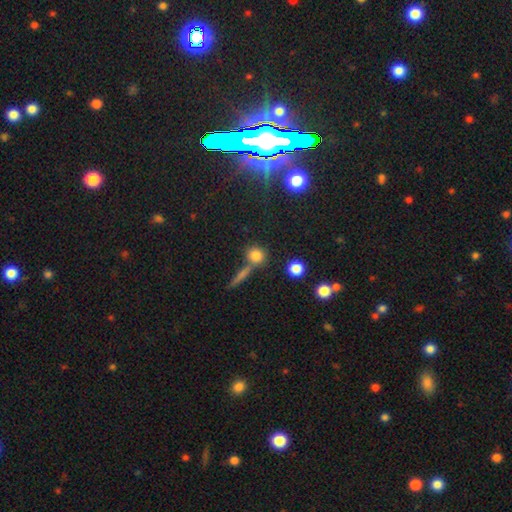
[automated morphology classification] This appears to be a smooth galaxy with no disk features (78%) that is round (84%). Merging: none (69%).